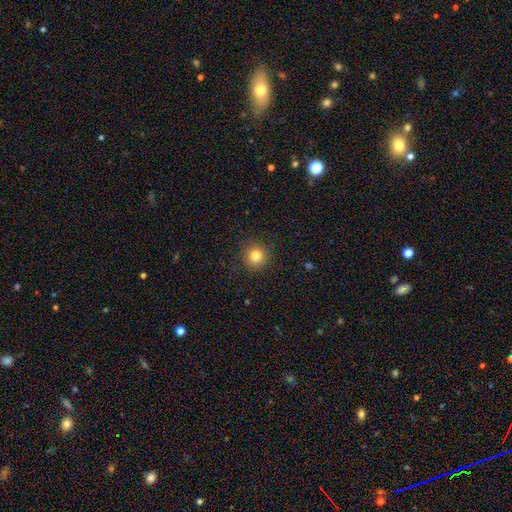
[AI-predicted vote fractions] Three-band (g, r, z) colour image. It shows a smooth galaxy with no disk features (82%) that is round (94%). Merging: none (90%).